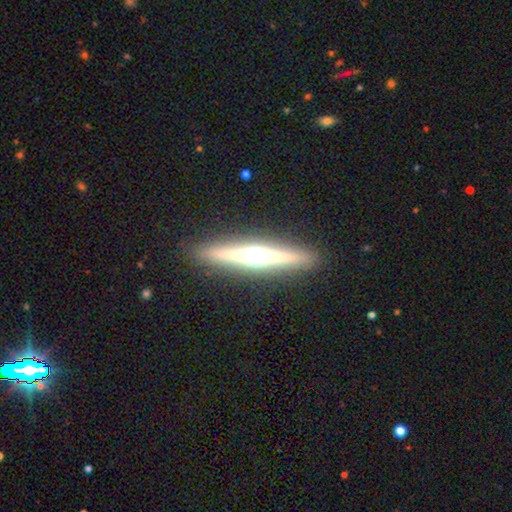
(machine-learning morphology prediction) A featured or disk galaxy (74%) viewed edge-on (97%) with a rounded central bulge (89%). Merging: none (91%).